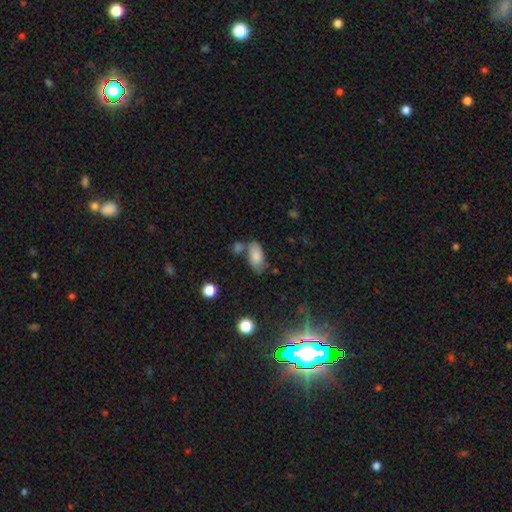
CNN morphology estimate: Smooth or featured: smooth — 81% (featured or disk — 11%)
How rounded: in between — 92% (cigar-shaped — 5%)
Merging: none — 60% (minor disturbance — 19%)